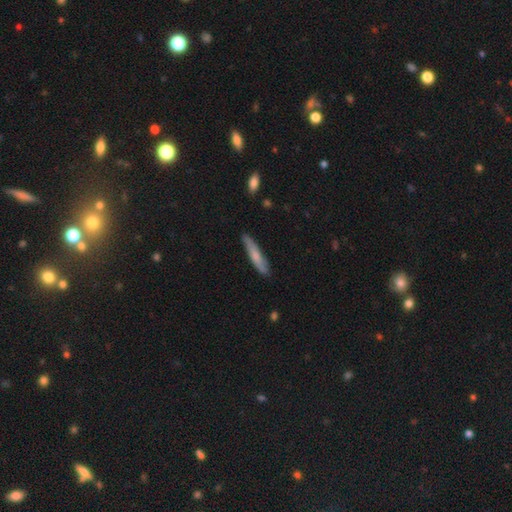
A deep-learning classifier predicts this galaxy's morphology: A smooth galaxy with no disk features (65%) that is cigar-shaped (90%). Merging: none (84%).